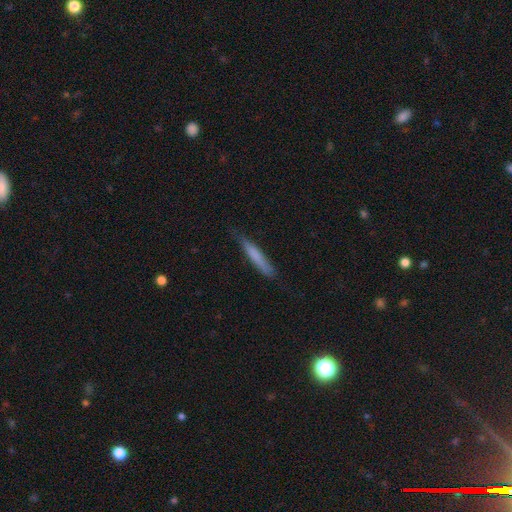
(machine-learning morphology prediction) Smooth or featured? smooth (71%)
How rounded? cigar-shaped (94%)
Merging? none (77%)